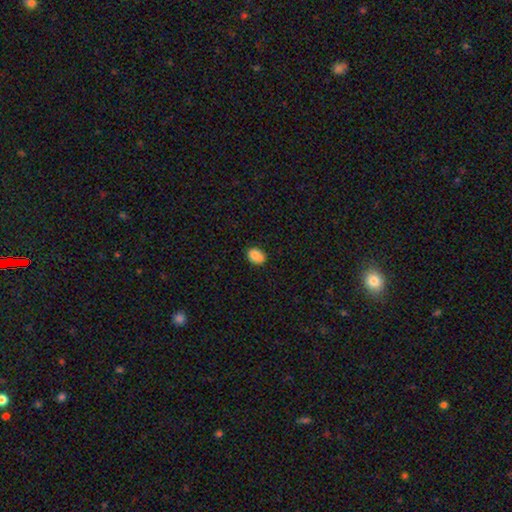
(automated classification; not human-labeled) A smooth galaxy with no disk features (85%) that is in between round and cigar-shaped (67%). Merging: none (77%).